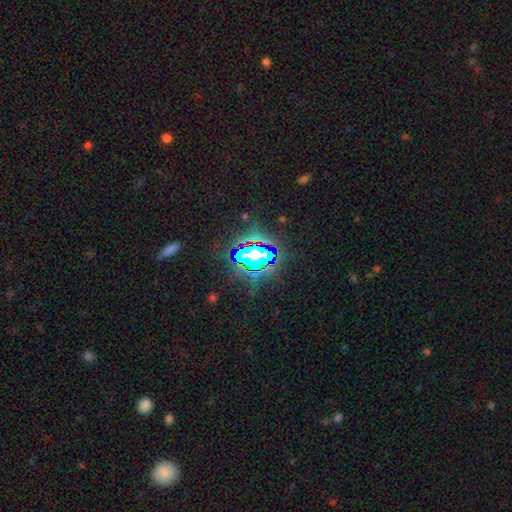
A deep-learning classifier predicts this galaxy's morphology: Smooth or featured?
  - star or artifact: 78% *
  - smooth: 12%
  - featured or disk: 9%